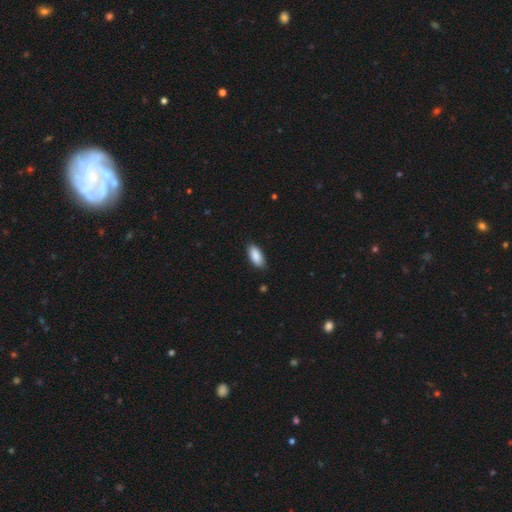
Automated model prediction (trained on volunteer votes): Smooth or featured? smooth (88%)
How rounded? in between (89%)
Merging? none (85%)